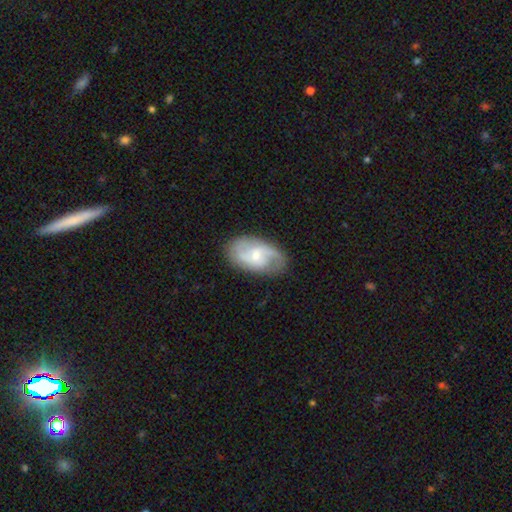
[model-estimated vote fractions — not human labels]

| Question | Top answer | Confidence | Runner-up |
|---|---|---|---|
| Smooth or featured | featured or disk | 76% | smooth (19%) |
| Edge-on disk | no | 96% | yes (4%) |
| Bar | no | 48% | weak (44%) |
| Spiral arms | yes | 93% | no (7%) |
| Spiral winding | medium | 49% | loose (29%) |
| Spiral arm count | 2 | 73% | can't tell (12%) |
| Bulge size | small | 58% | moderate (38%) |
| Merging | none | 79% | minor disturbance (15%) |